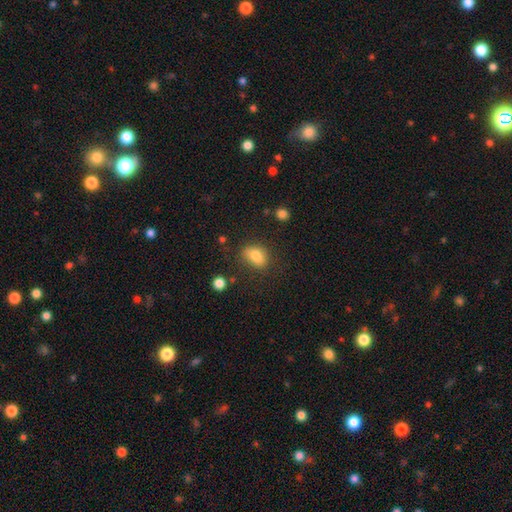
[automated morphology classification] This appears to be a smooth galaxy with no disk features (80%) that is in between round and cigar-shaped (74%). Merging: none (70%).